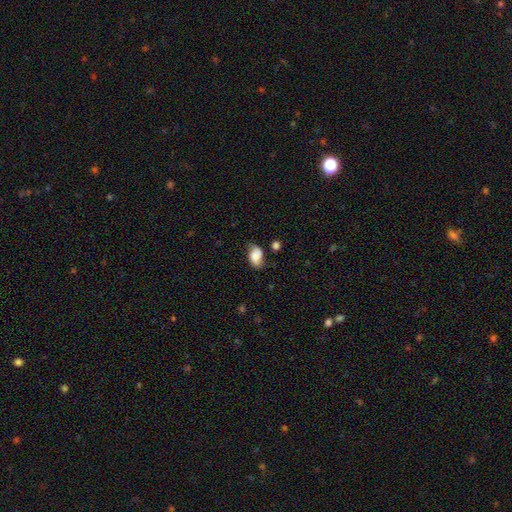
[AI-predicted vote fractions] This appears to be a smooth galaxy with no disk features (68%) that is in between round and cigar-shaped (89%). Merging: none (57%).